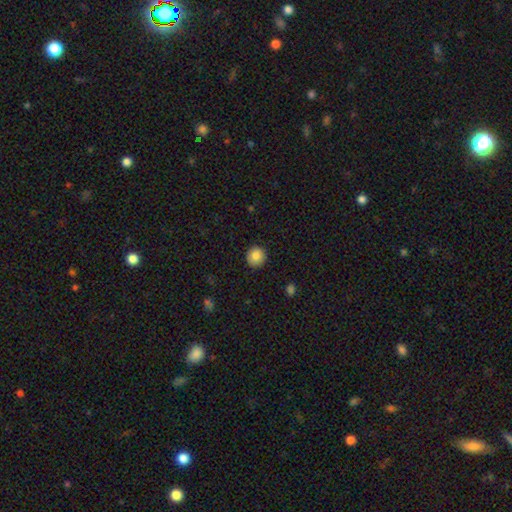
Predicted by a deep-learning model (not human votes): smooth_or_featured: smooth (p=0.85) [alt: star or artifact p=0.09]
how_rounded: round (p=0.95) [alt: in between p=0.04]
merging: none (p=0.92) [alt: minor disturbance p=0.05]